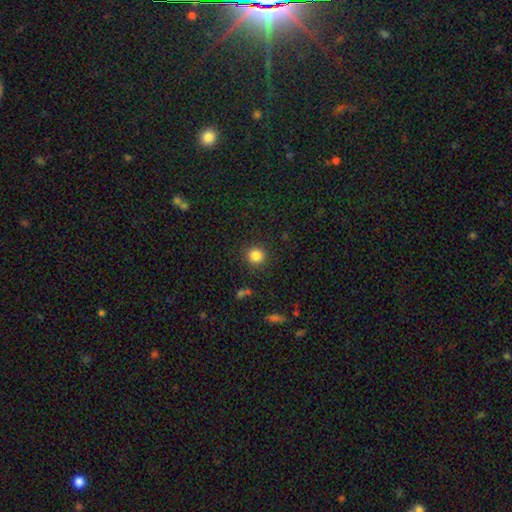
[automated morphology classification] Smooth or featured: smooth — 84% (star or artifact — 11%)
How rounded: round — 92% (in between — 7%)
Merging: none — 90% (minor disturbance — 6%)